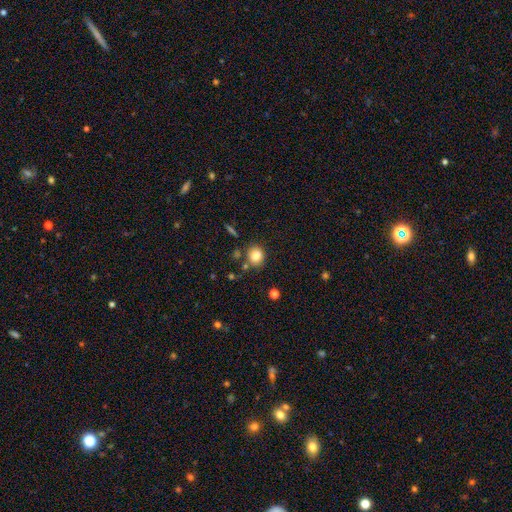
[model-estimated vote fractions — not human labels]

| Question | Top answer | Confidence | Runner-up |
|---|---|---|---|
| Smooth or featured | smooth | 83% | star or artifact (10%) |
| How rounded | round | 75% | in between (24%) |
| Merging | none | 79% | minor disturbance (11%) |